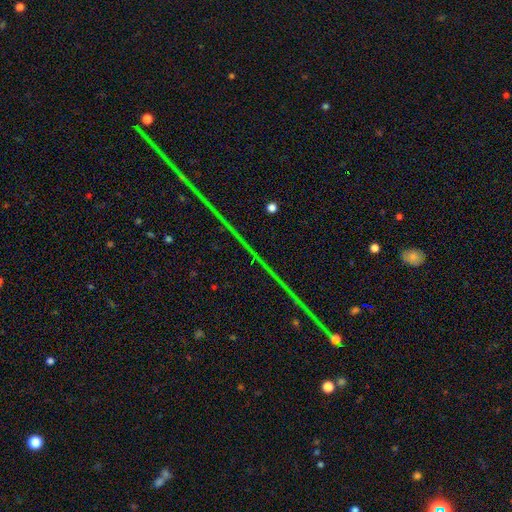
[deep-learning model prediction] star or artifact 87%, featured or disk 7%, smooth 6%.